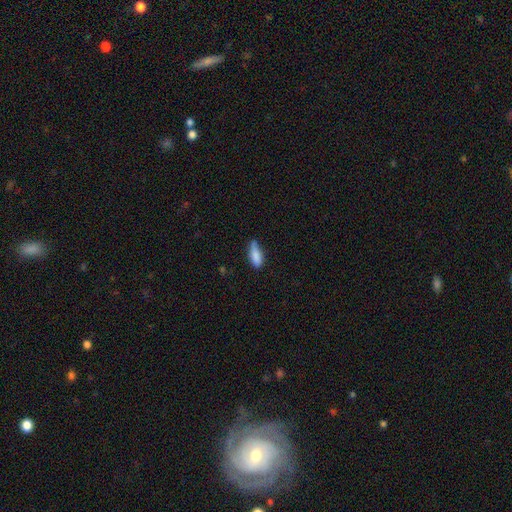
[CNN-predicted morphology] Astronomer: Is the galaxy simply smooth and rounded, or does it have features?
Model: smooth — 85%.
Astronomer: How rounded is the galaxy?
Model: in between — 70%.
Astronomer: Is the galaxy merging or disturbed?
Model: none — 55% (runner-up: minor disturbance, 35%).